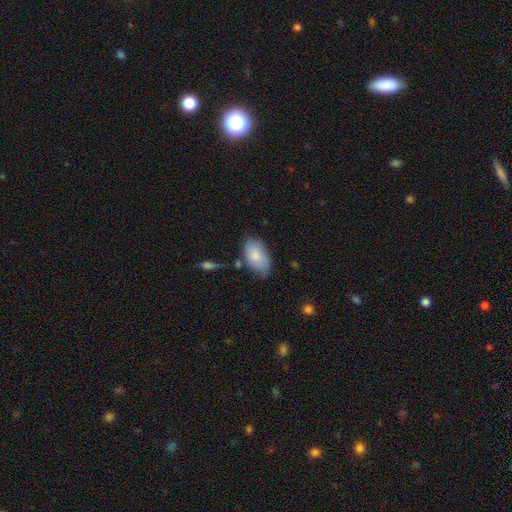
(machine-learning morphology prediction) Smooth or featured: smooth — 81% (featured or disk — 13%)
How rounded: in between — 93% (round — 5%)
Merging: none — 63% (minor disturbance — 26%)